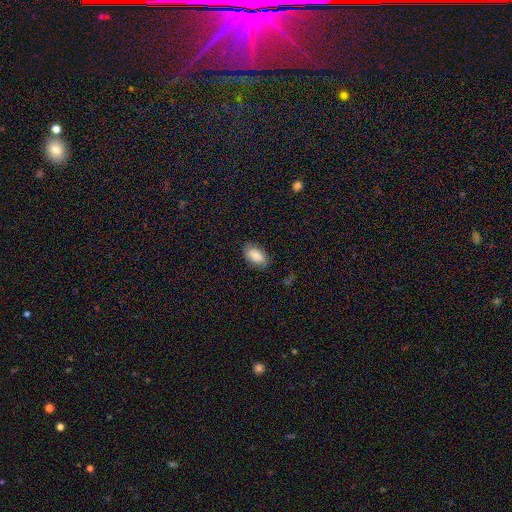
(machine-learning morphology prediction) Smooth or featured? smooth (86%)
How rounded? in between (94%)
Merging? none (80%)